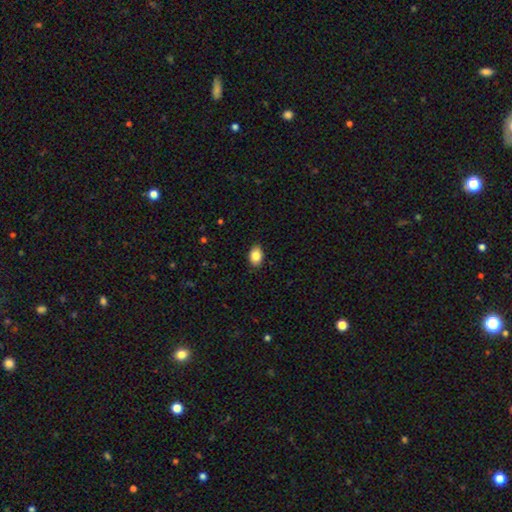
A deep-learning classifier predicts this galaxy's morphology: This is clearly a smooth galaxy (86%). How rounded: clearly in between (83%). Merging: clearly none (88%).